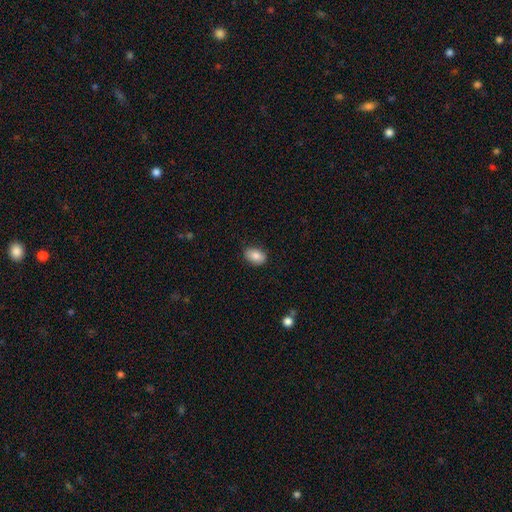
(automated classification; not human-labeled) Smooth or featured?
  - smooth: 85% *
  - star or artifact: 7%
  - featured or disk: 7%
How rounded?
  - in between: 87% *
  - round: 11%
  - cigar-shaped: 1%
Merging?
  - none: 84% *
  - minor disturbance: 12%
  - major disturbance: 2%
  - merger: 1%